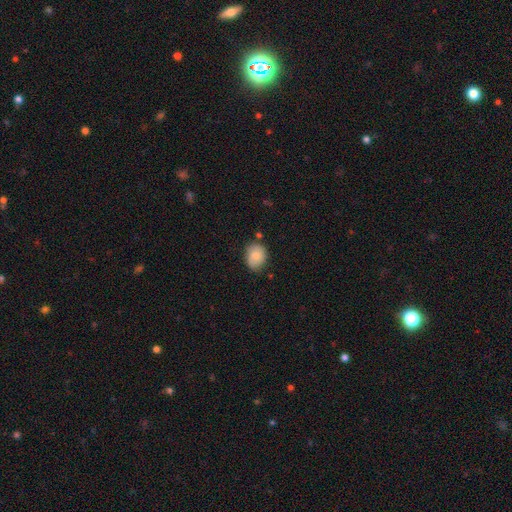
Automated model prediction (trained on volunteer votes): The model was most divided on "how rounded": in between: 51%, round: 48%, cigar-shaped: 1%. More confident: smooth or featured — smooth (78%); merging — none (71%).